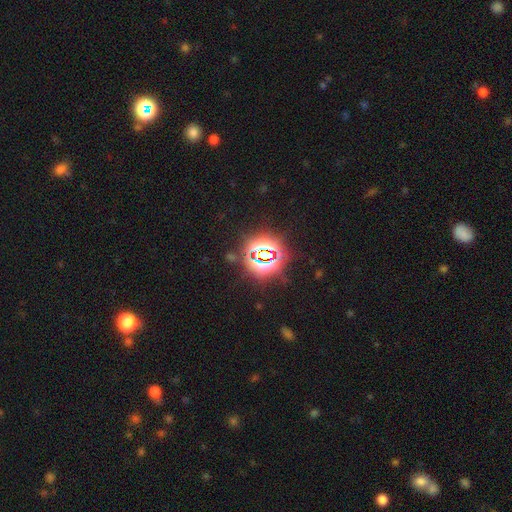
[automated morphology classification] Smooth or featured? Predicted: star or artifact (p=0.78).